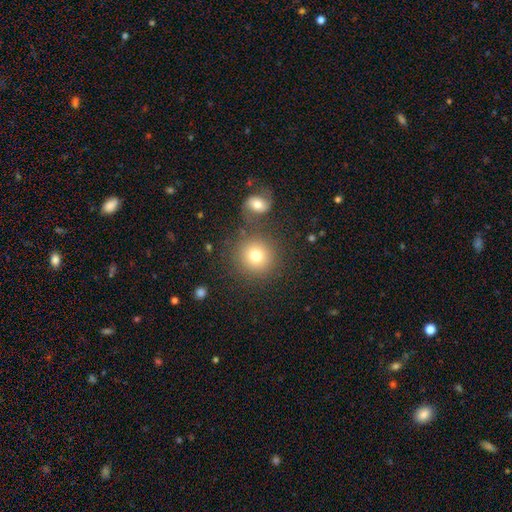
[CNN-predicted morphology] This is likely a smooth galaxy (77%). How rounded: clearly round (92%). Merging: likely none (78%).